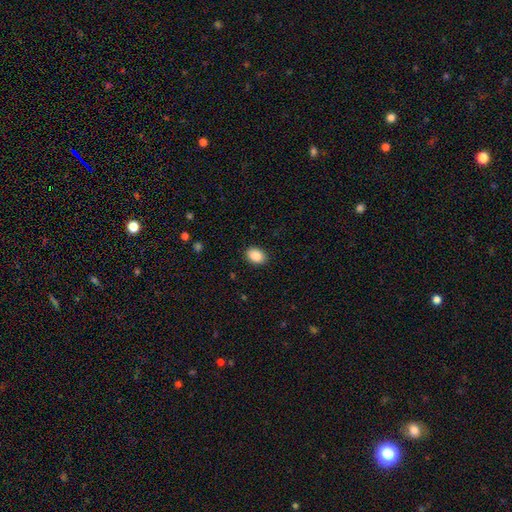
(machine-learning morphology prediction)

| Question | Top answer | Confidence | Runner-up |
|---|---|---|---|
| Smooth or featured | smooth | 89% | star or artifact (8%) |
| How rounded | in between | 78% | round (21%) |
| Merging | none | 89% | minor disturbance (8%) |